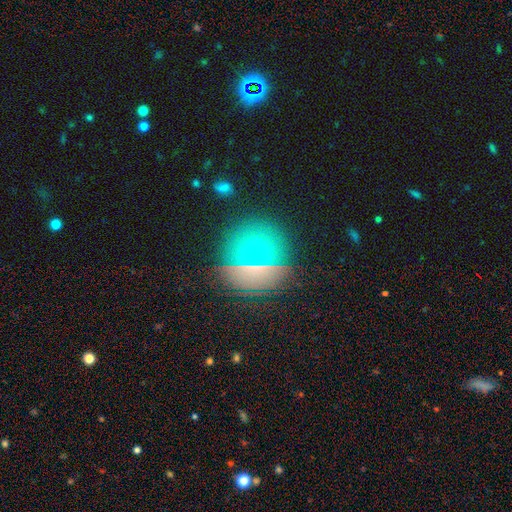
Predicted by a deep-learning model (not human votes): A smooth galaxy with no disk features (63%) that is round (81%).

Vote fractions:
- Smooth or featured? smooth: 63% / star or artifact: 24% / featured or disk: 13%
- How rounded? round: 81% / in between: 17% / cigar-shaped: 2%
- Merging? none: 82% / minor disturbance: 10% / major disturbance: 4% / merger: 4%